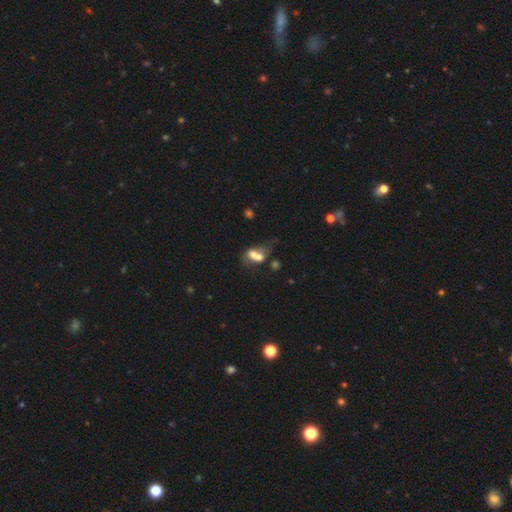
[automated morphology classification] smooth 57%, featured or disk 31%, star or artifact 13%. Down the decision tree: how rounded — in between (68%); merging — merger (66%).